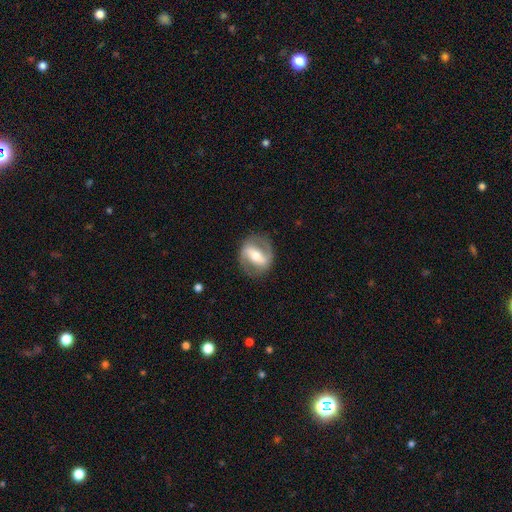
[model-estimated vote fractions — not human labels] smooth-or-featured: featured or disk: 75% | smooth: 20% | star or artifact: 5%
  disk-edge-on: no: 92% | yes: 8%
    bar: strong: 62% | weak: 25% | no: 13%
    has-spiral-arms: yes: 70% | no: 30%
    bulge-size: moderate: 67% | small: 23% | large: 9% | dominant: 1% | none: 1%
  merging: none: 82% | minor disturbance: 11% | major disturbance: 5% | merger: 1%